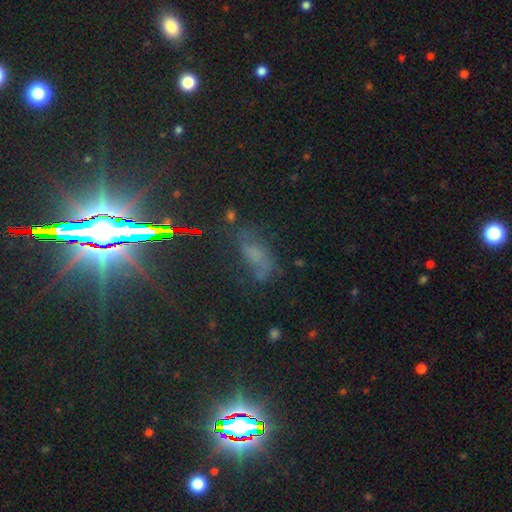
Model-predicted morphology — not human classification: Smooth or featured? star or artifact (46%)